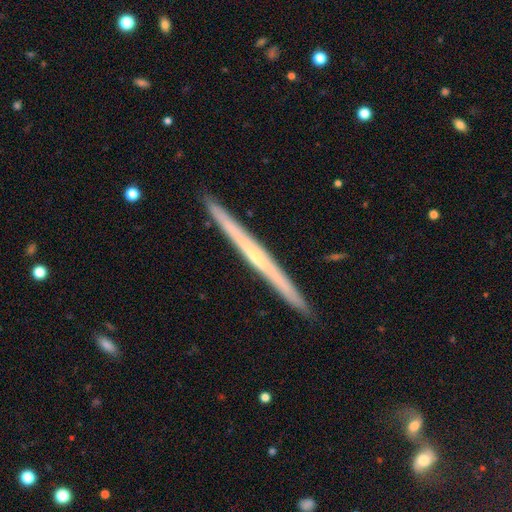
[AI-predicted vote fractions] Morphology: type=featured or disk (71%); edge-on=yes (98%); edge-on bulge=none (62%); merging=none (92%).